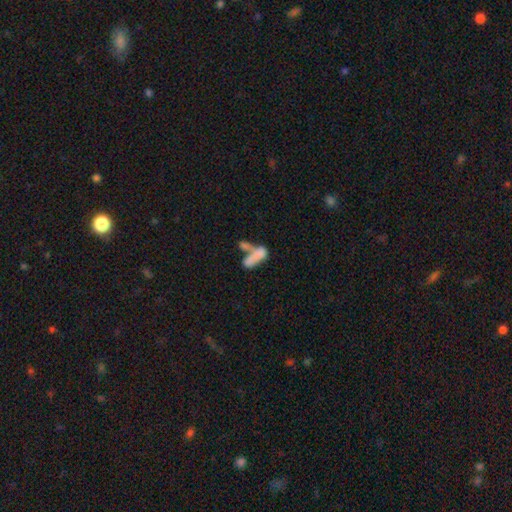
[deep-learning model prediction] A smooth galaxy with no disk features (64%) that is in between round and cigar-shaped (74%). Merging: merger (61%).